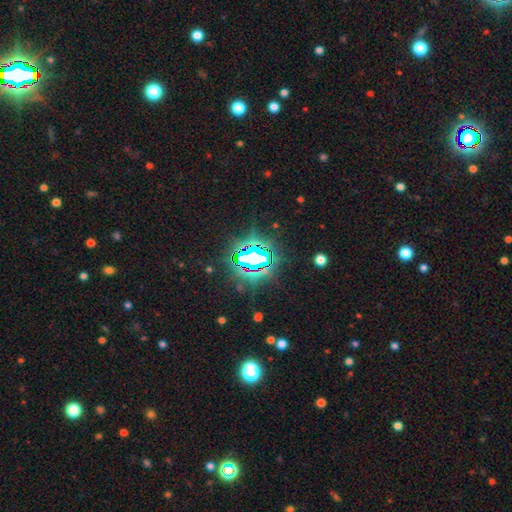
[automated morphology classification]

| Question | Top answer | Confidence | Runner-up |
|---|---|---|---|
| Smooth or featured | star or artifact | 79% | featured or disk (10%) |